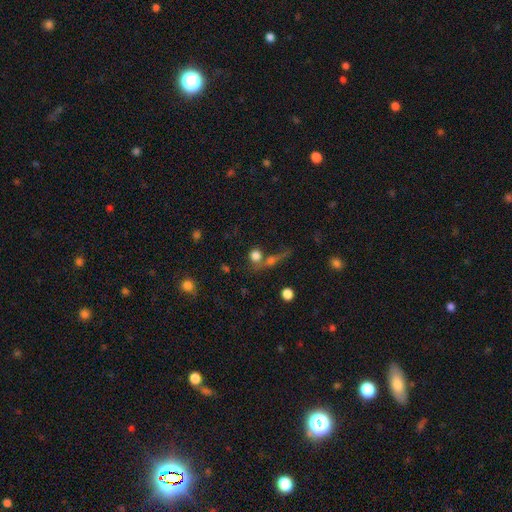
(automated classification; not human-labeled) Morphology: type=smooth (76%); roundness=round (81%); merging=none (51%).